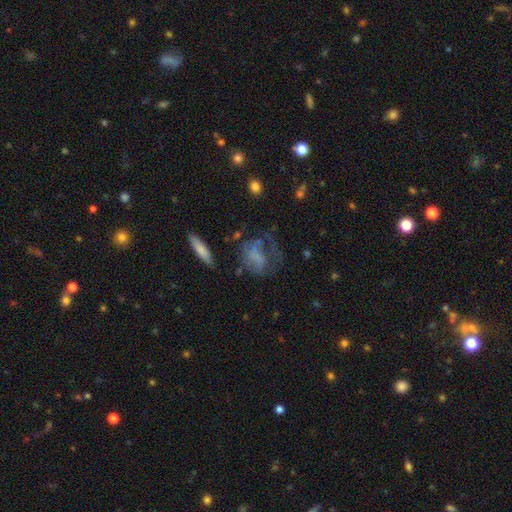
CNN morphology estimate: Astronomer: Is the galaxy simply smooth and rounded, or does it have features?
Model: smooth — 47% (runner-up: featured or disk, 40%).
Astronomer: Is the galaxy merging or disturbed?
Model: major disturbance — 43% (runner-up: none, 32%).